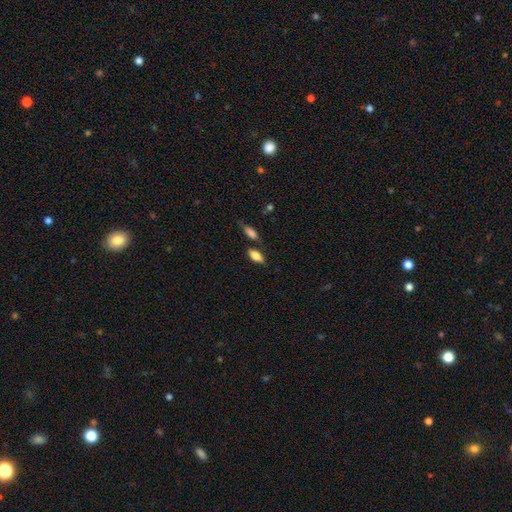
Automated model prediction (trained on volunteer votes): The model was most divided on "merging": none: 72%, minor disturbance: 14%, merger: 11%, major disturbance: 3%. More confident: how rounded — in between (85%); smooth or featured — smooth (79%).